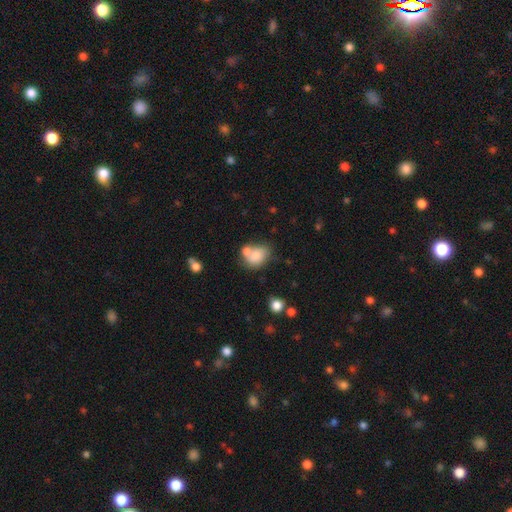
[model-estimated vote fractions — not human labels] Q: Smooth or featured?
A: smooth (76%); runner-up: featured or disk (15%)
Q: How rounded?
A: in between (60%); runner-up: round (39%)
Q: Merging?
A: merger (43%); runner-up: none (34%)